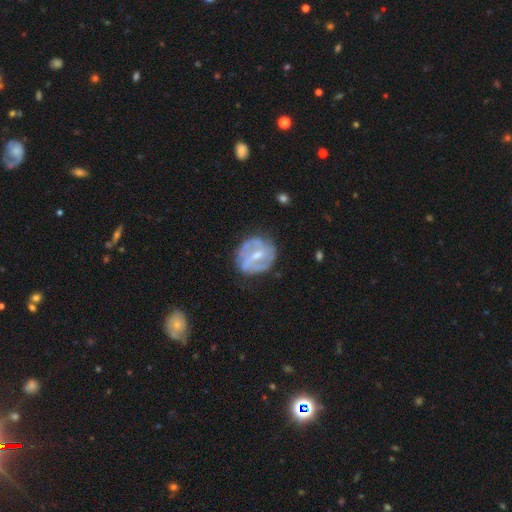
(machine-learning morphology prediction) Smooth or featured: featured or disk — 77% (smooth — 17%)
Edge-on disk: no — 97% (yes — 3%)
Bar: weak — 48% (strong — 32%)
Spiral arms: yes — 77% (no — 23%)
Spiral winding: medium — 41% (tight — 38%)
Spiral arm count: 2 — 58% (can't tell — 23%)
Bulge size: moderate — 50% (small — 44%)
Merging: none — 67% (minor disturbance — 22%)